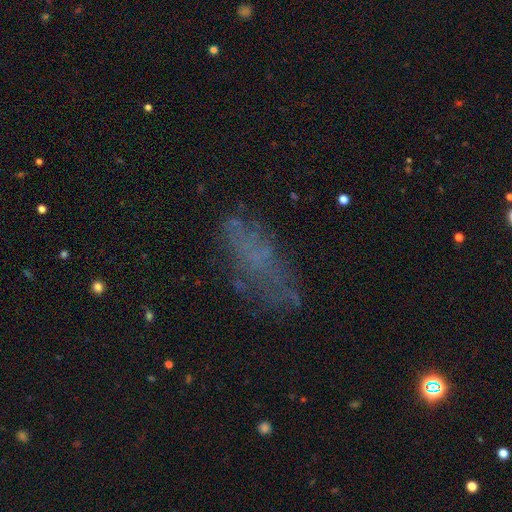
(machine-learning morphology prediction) Smooth or featured: smooth — 49% (featured or disk — 30%)
Merging: none — 62% (minor disturbance — 21%)